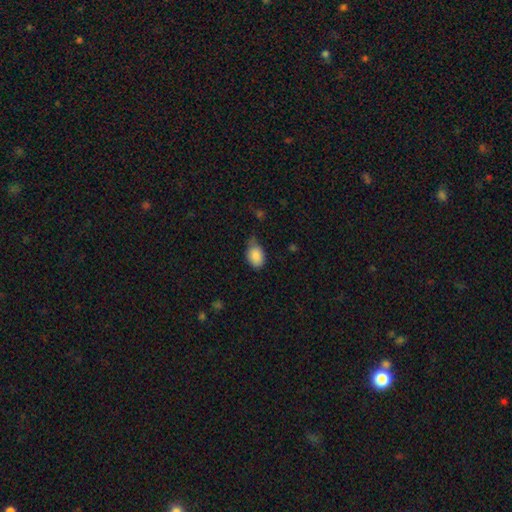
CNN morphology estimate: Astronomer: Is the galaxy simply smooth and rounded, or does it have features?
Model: smooth — 87%.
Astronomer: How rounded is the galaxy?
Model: in between — 83%.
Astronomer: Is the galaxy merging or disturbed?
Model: none — 49% (runner-up: minor disturbance, 40%).